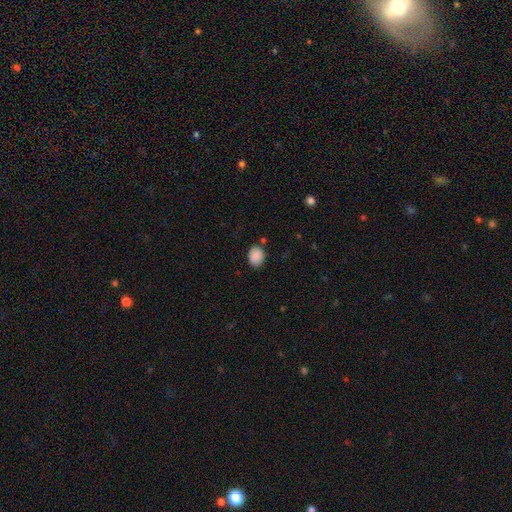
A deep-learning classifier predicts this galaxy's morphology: Overall: smooth (89%). How rounded: in between (50%; round 49%). Merging: none (80%).